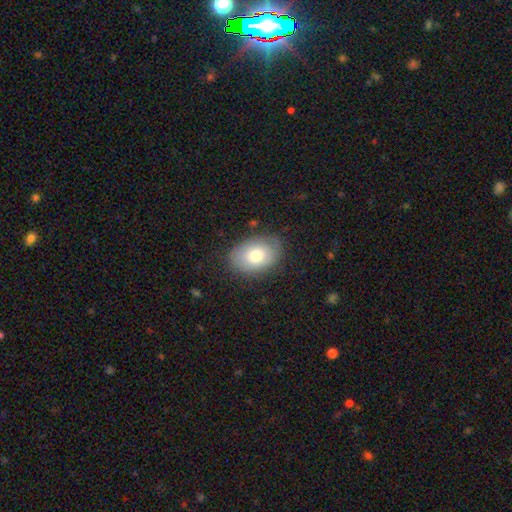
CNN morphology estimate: smooth_or_featured: smooth (p=0.75) [alt: featured or disk p=0.18]
how_rounded: in between (p=0.85) [alt: round p=0.14]
merging: none (p=0.79) [alt: minor disturbance p=0.16]